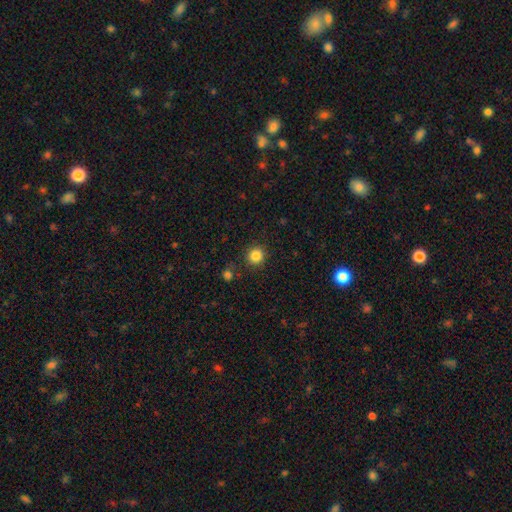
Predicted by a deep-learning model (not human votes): This is clearly a smooth galaxy (84%). How rounded: clearly round (92%). Merging: clearly none (88%).